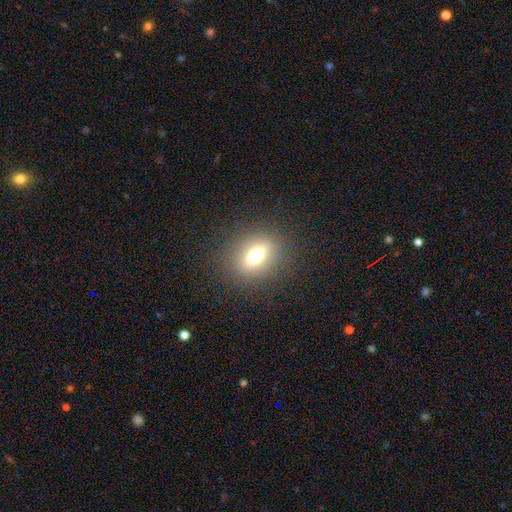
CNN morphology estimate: smooth_or_featured: smooth (p=0.62) [alt: featured or disk p=0.23]
how_rounded: in between (p=0.57) [alt: round p=0.37]
merging: none (p=0.85) [alt: minor disturbance p=0.09]